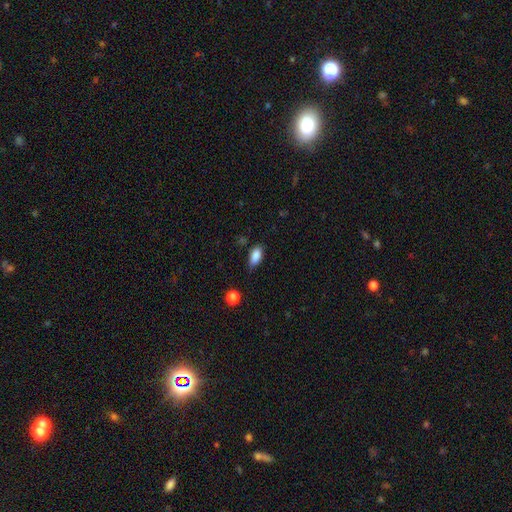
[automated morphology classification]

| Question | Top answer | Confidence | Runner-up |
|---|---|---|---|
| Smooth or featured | smooth | 87% | star or artifact (8%) |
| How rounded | in between | 88% | cigar-shaped (8%) |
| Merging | none | 72% | minor disturbance (22%) |